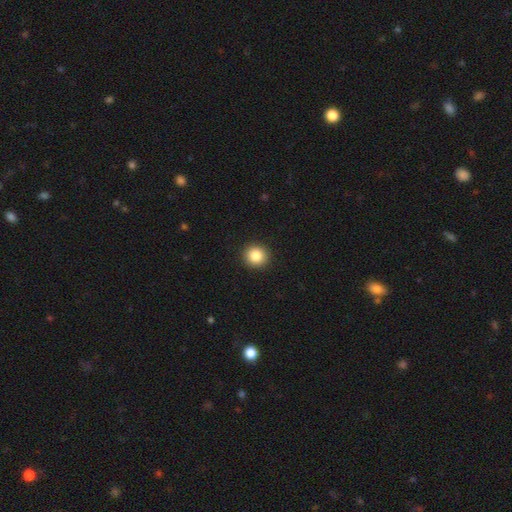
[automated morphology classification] Smooth or featured: smooth — 85% (star or artifact — 10%)
How rounded: round — 91% (in between — 8%)
Merging: none — 93% (minor disturbance — 5%)